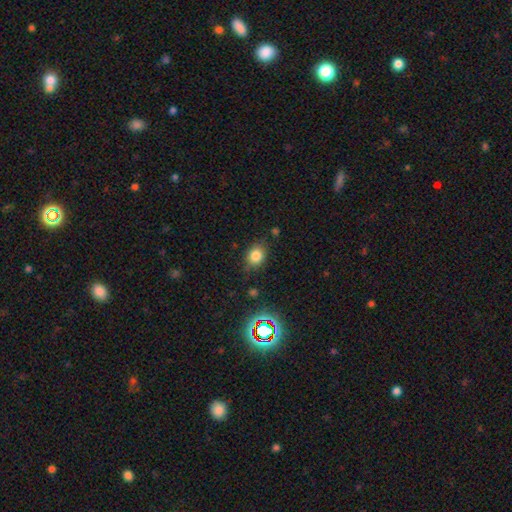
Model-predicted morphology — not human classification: A smooth galaxy with no disk features (79%) that is in between round and cigar-shaped (52%).

Vote fractions:
- Smooth or featured? smooth: 79% / star or artifact: 13% / featured or disk: 7%
- How rounded? in between: 52% / round: 46% / cigar-shaped: 1%
- Merging? none: 77% / minor disturbance: 17% / major disturbance: 4% / merger: 2%